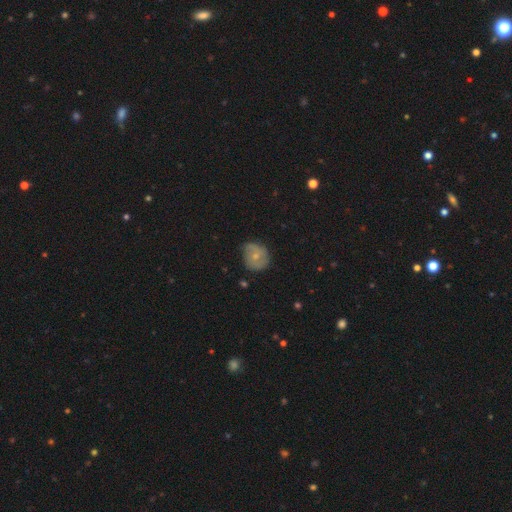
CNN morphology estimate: smooth-or-featured: smooth: 52% | featured or disk: 40% | star or artifact: 8%
  how-rounded: round: 74% | in between: 25% | cigar-shaped: 1%
  merging: none: 61% | minor disturbance: 30% | major disturbance: 8% | merger: 2%